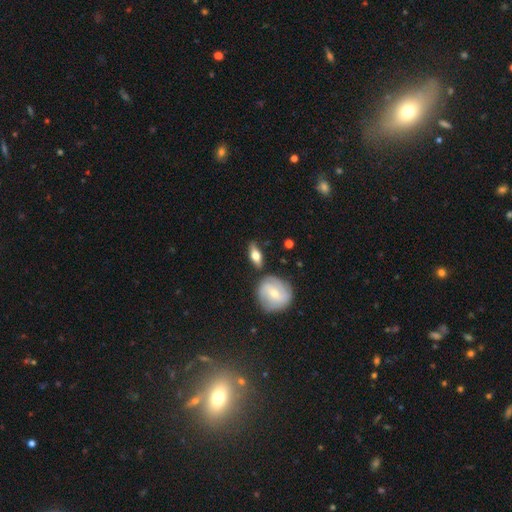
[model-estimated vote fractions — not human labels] Overall: smooth (51%; featured or disk 43%). How rounded: in between (65%). Merging: none (73%).